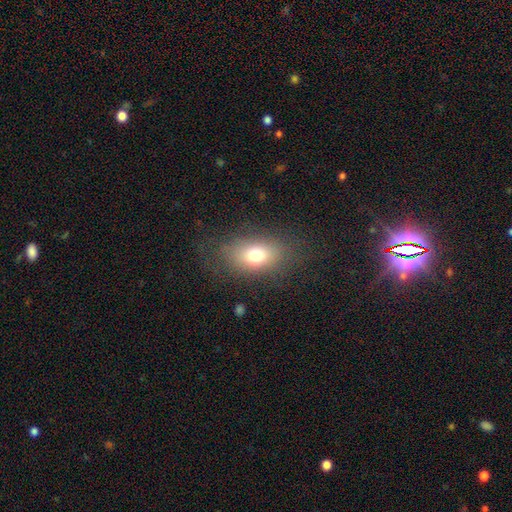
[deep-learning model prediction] This appears to be a smooth galaxy with no disk features (74%) that is in between round and cigar-shaped (79%). Merging: none (76%).